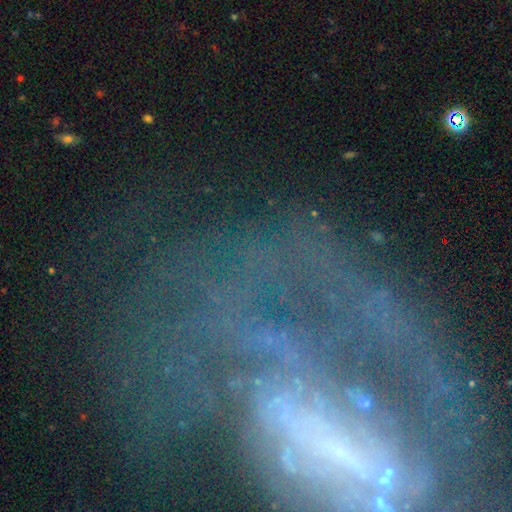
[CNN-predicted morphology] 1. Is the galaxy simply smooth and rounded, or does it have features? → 68% featured or disk, 19% star or artifact, 13% smooth.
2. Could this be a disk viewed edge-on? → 92% no, 8% yes.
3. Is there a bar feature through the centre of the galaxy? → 42% no, 30% strong, 28% weak.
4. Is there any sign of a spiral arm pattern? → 60% yes, 40% no.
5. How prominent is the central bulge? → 41% small, 29% none, 20% moderate, 6% large, 3% dominant.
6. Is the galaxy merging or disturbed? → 49% none, 30% major disturbance, 15% minor disturbance, 6% merger.